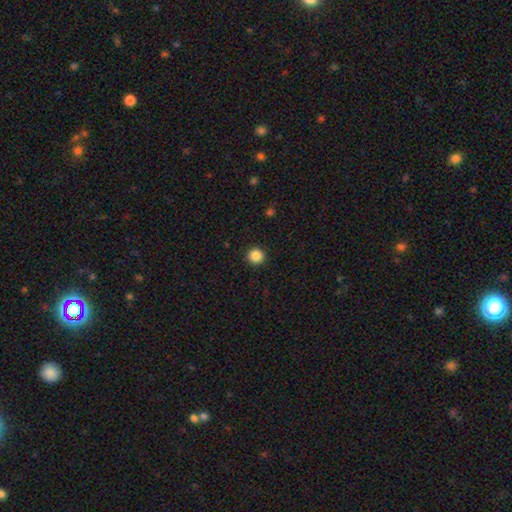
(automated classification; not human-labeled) A smooth galaxy with no disk features (86%) that is round (95%). Merging: none (93%).